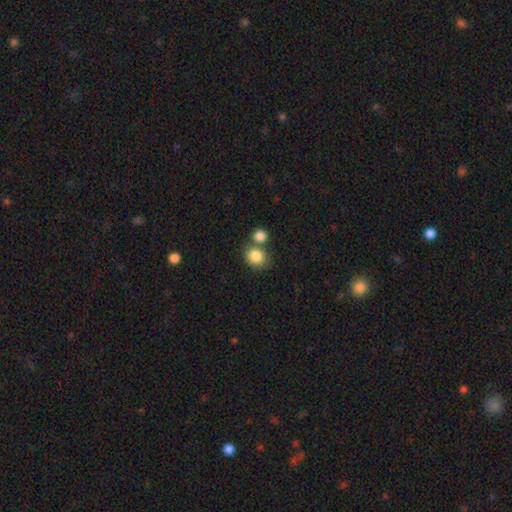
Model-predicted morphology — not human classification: Smooth or featured?
  - smooth: 84% *
  - star or artifact: 9%
  - featured or disk: 7%
How rounded?
  - round: 76% *
  - in between: 23%
  - cigar-shaped: 1%
Merging?
  - none: 54% *
  - merger: 34%
  - minor disturbance: 9%
  - major disturbance: 3%